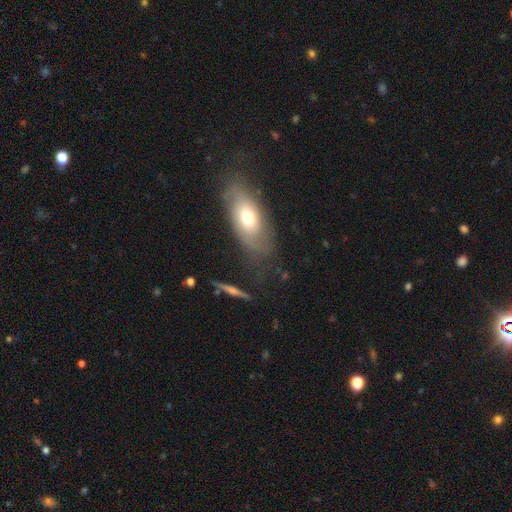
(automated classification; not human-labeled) A smooth galaxy with no disk features (45%).

Vote fractions:
- Smooth or featured? smooth: 45% / featured or disk: 44% / star or artifact: 11%
- Merging? none: 70% / minor disturbance: 19% / major disturbance: 8% / merger: 4%